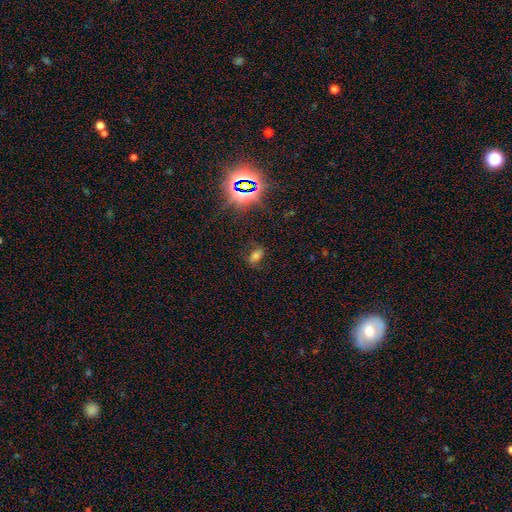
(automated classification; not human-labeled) Morphology: type=smooth (53%); roundness=in between (86%); merging=none (71%).